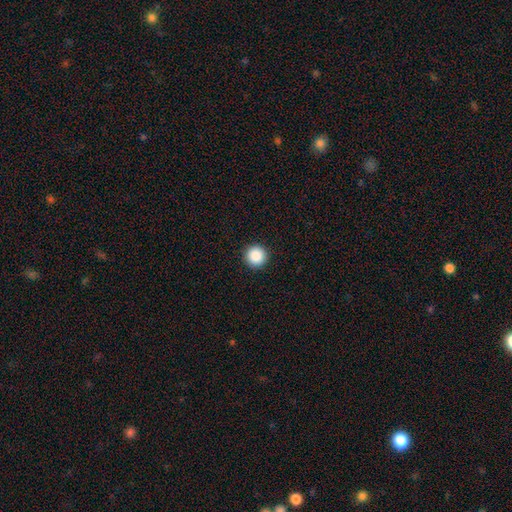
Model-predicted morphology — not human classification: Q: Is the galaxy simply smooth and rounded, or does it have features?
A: smooth — 88%.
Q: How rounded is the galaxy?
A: round — 96%.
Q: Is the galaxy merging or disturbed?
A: none — 94%.